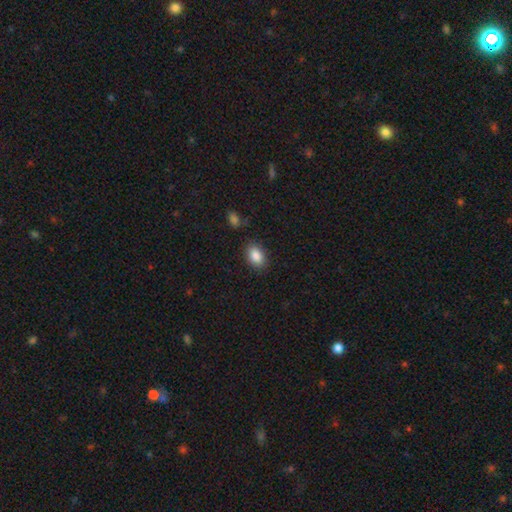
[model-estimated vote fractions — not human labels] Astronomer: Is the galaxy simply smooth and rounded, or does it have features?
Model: smooth — 87%.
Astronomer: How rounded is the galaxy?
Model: in between — 85%.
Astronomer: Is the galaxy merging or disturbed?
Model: none — 85%.